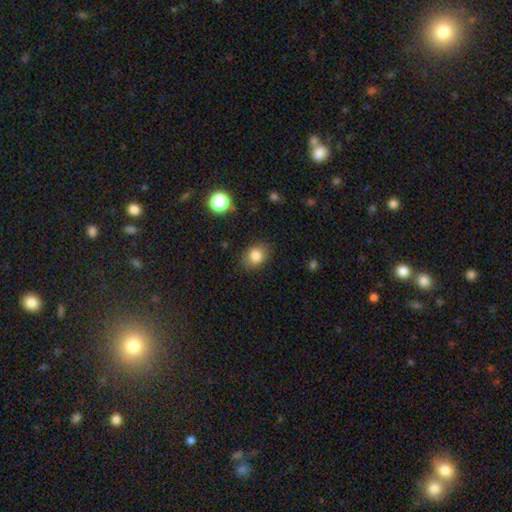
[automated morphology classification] type=smooth (82%); roundness=in between (53%); merging=none (83%).